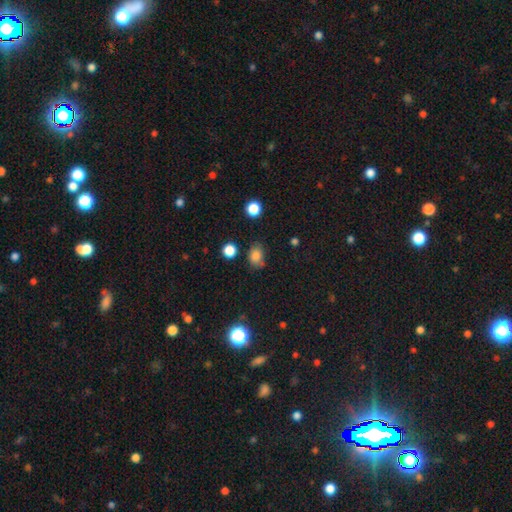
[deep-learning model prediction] A smooth galaxy with no disk features (81%) that is in between round and cigar-shaped (62%).

Vote fractions:
- Smooth or featured? smooth: 81% / star or artifact: 14% / featured or disk: 6%
- How rounded? in between: 62% / round: 37% / cigar-shaped: 1%
- Merging? none: 68% / minor disturbance: 21% / major disturbance: 6% / merger: 6%